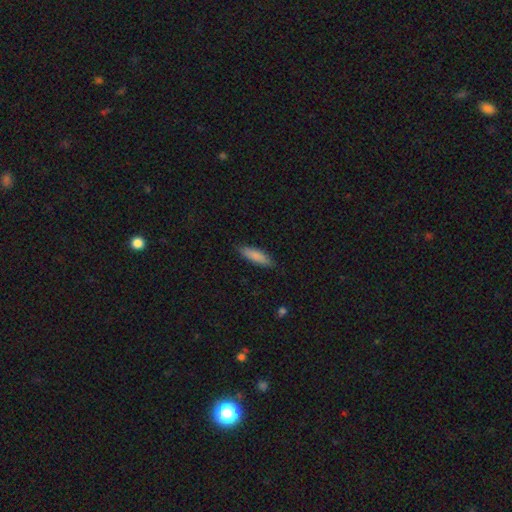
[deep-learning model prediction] A smooth galaxy with no disk features (85%) that is cigar-shaped (61%). Merging: none (85%).